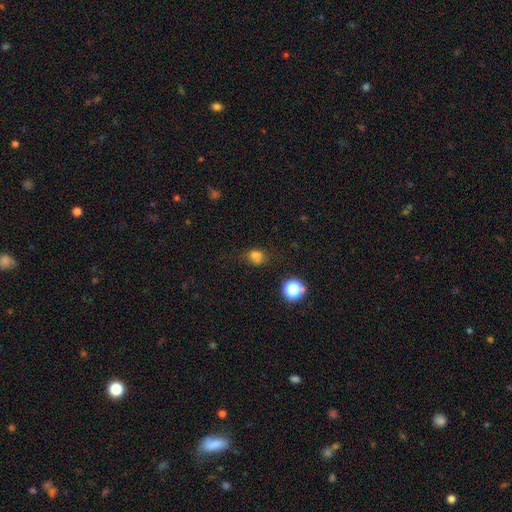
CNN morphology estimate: smooth 69%, star or artifact 21%, featured or disk 10%. Down the decision tree: how rounded — round (57%); merging — none (50%).